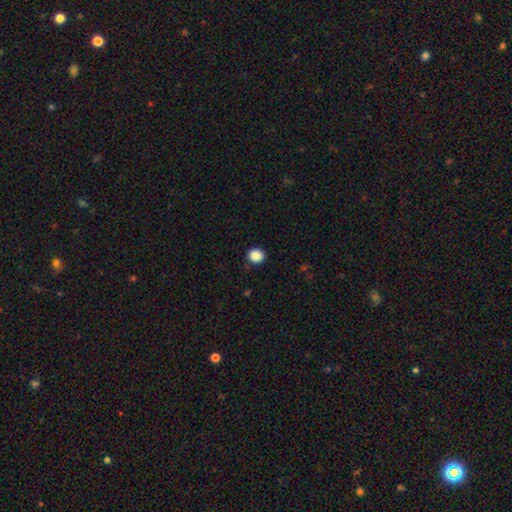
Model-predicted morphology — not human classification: Smooth or featured? smooth (89%)
How rounded? round (76%)
Merging? none (88%)